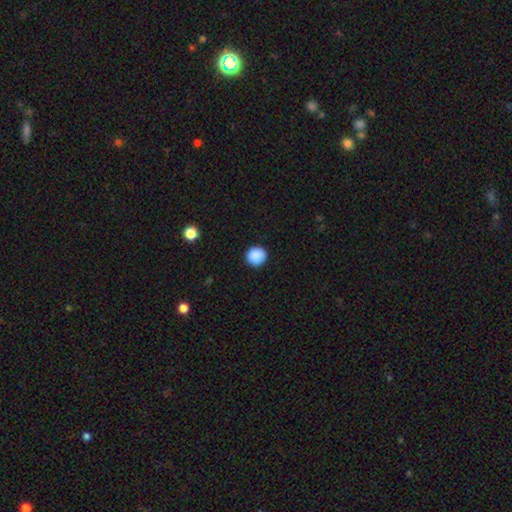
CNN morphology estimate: A smooth galaxy with no disk features (89%) that is round (93%). Merging: none (92%).